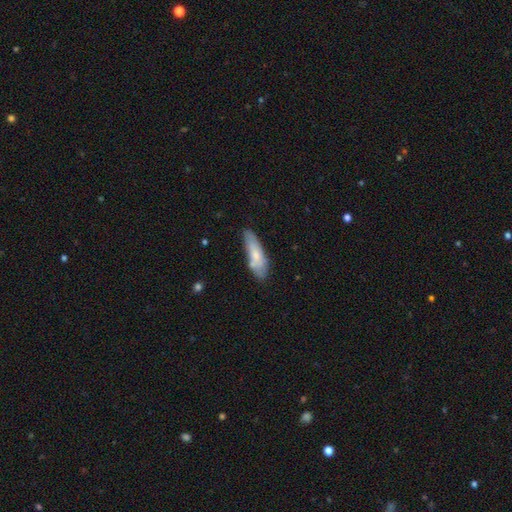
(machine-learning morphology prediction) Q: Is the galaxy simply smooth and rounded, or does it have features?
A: smooth — 67%.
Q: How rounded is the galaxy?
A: in between — 52%.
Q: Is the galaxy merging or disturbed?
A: none — 63%.